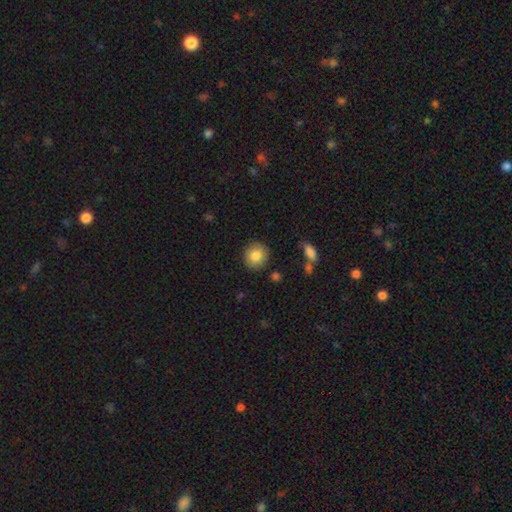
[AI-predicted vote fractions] Smooth or featured? Predicted: smooth (p=0.84). How rounded? Predicted: round (p=0.88). Merging? Predicted: none (p=0.89).